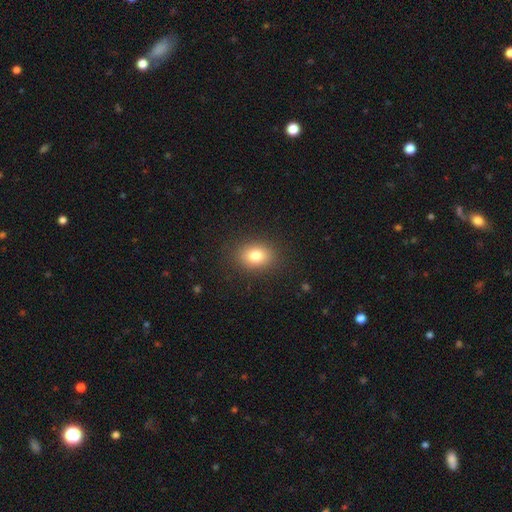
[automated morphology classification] Q: Smooth or featured?
A: smooth (79%); runner-up: star or artifact (11%)
Q: How rounded?
A: in between (63%); runner-up: round (36%)
Q: Merging?
A: none (88%); runner-up: minor disturbance (8%)